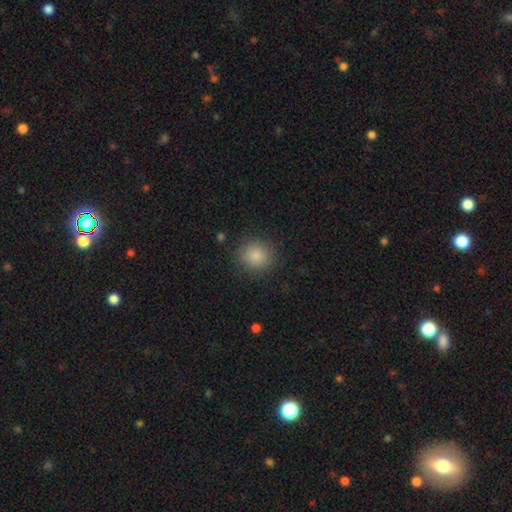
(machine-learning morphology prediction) smooth_or_featured: smooth (p=0.86) [alt: star or artifact p=0.09]
how_rounded: round (p=0.89) [alt: in between p=0.10]
merging: none (p=0.87) [alt: minor disturbance p=0.08]